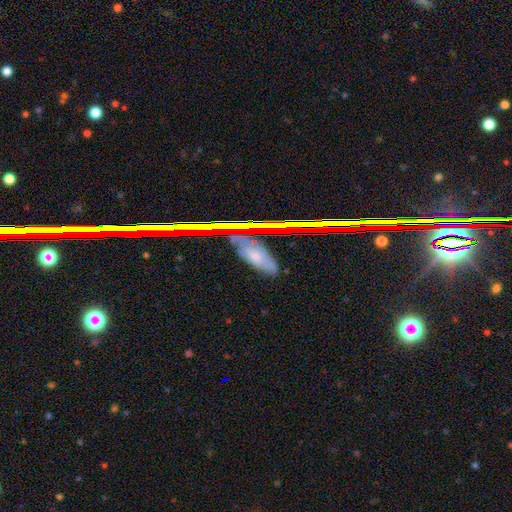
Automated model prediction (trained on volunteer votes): A smooth galaxy with no disk features (52%) that is in between round and cigar-shaped (80%). Merging: none (71%).